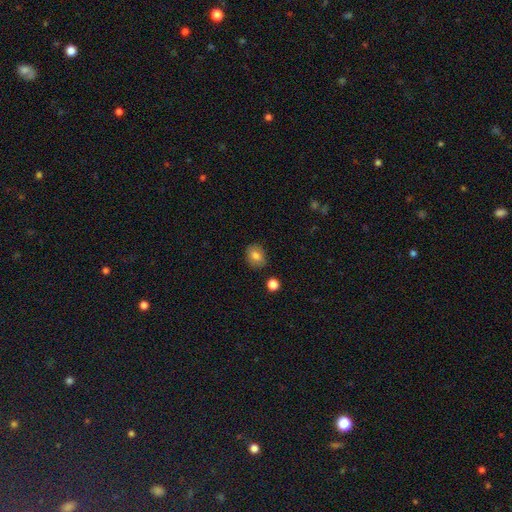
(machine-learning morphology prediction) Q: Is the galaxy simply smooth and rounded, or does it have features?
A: smooth — 79%.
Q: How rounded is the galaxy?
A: in between — 52%.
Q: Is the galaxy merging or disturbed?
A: none — 81%.